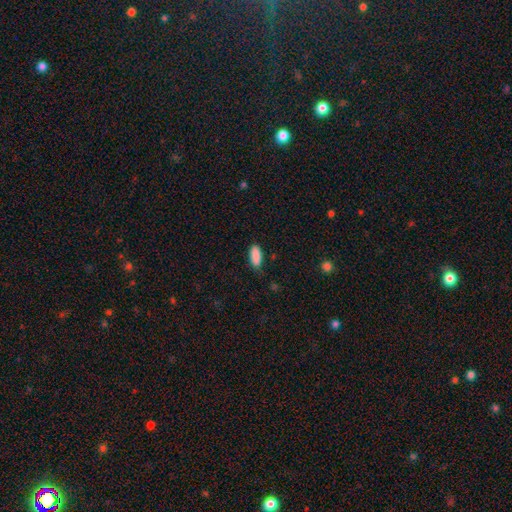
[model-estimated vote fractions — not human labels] Overall: smooth (89%). How rounded: in between (81%). Merging: none (79%).